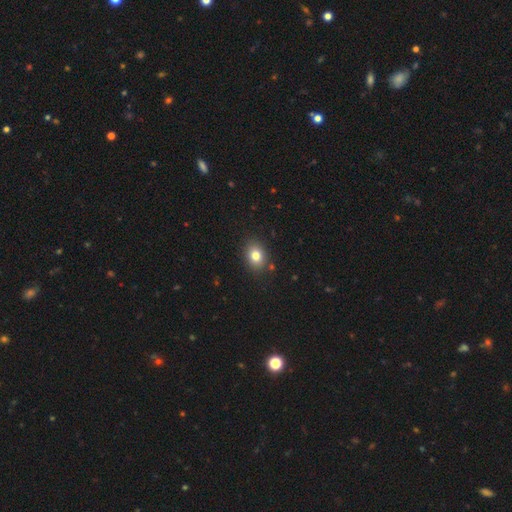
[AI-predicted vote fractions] Smooth or featured?
  - smooth: 80% *
  - star or artifact: 11%
  - featured or disk: 9%
How rounded?
  - in between: 55% *
  - round: 44%
  - cigar-shaped: 1%
Merging?
  - none: 86% *
  - minor disturbance: 9%
  - major disturbance: 2%
  - merger: 2%